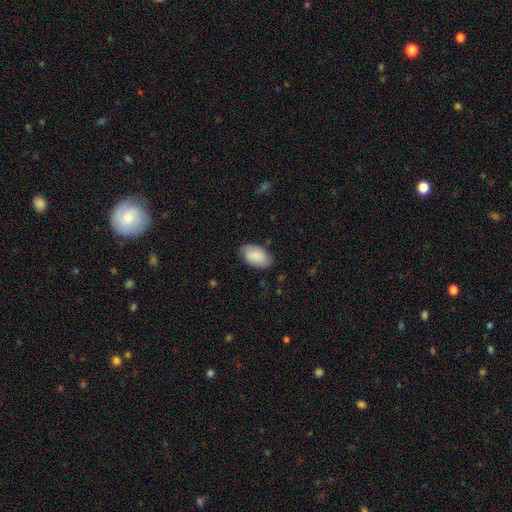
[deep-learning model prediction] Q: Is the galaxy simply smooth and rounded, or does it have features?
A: smooth — 75%.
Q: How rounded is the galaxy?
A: in between — 94%.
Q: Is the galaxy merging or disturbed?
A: none — 76%.